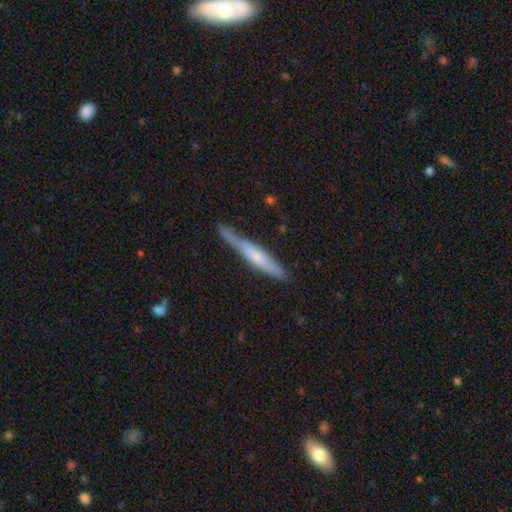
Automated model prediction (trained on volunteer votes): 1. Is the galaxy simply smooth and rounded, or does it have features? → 48% featured or disk, 46% smooth, 6% star or artifact.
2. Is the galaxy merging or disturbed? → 73% none, 20% minor disturbance, 4% major disturbance, 3% merger.